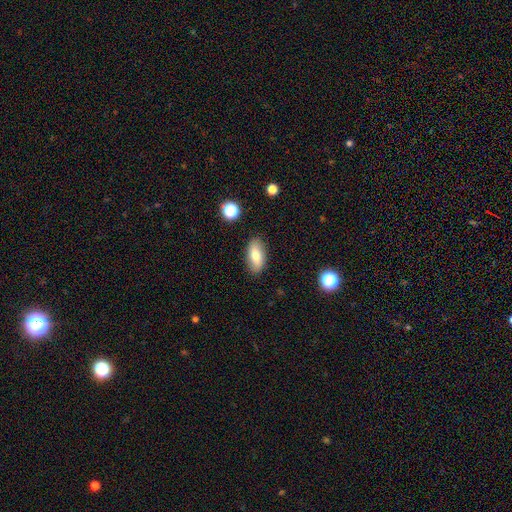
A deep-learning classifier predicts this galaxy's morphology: Smooth or featured? smooth (75%)
How rounded? in between (89%)
Merging? none (86%)